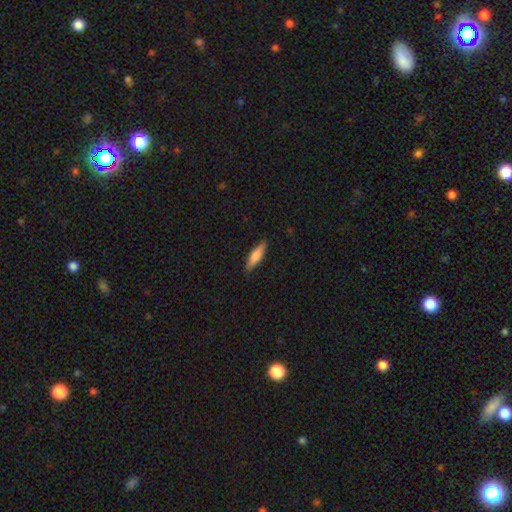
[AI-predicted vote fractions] This appears to be a smooth galaxy with no disk features (76%) that is cigar-shaped (67%). Merging: none (86%).